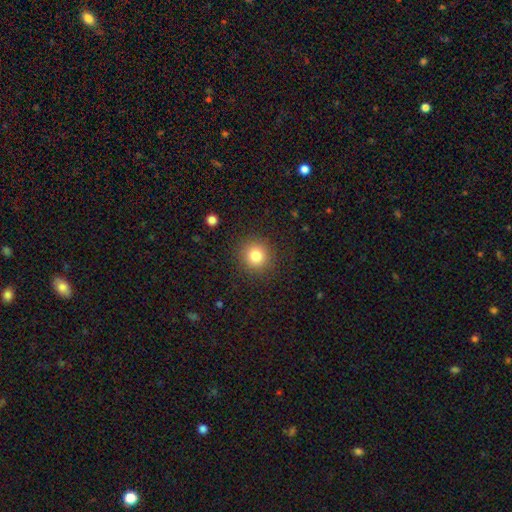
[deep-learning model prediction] A smooth galaxy with no disk features (81%) that is round (93%).

Vote fractions:
- Smooth or featured? smooth: 81% / star or artifact: 12% / featured or disk: 7%
- How rounded? round: 93% / in between: 6% / cigar-shaped: 1%
- Merging? none: 90% / minor disturbance: 6% / major disturbance: 3% / merger: 1%